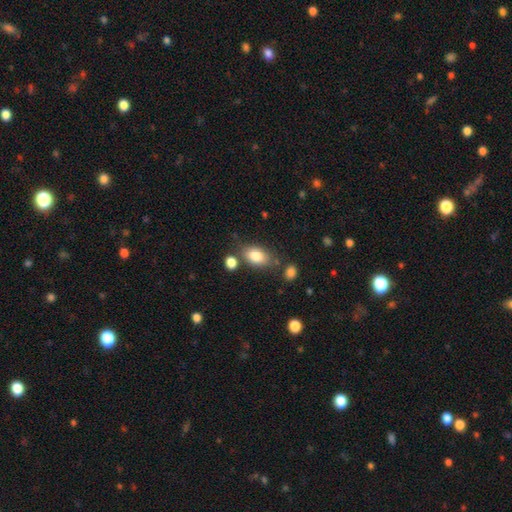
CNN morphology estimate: Smooth or featured? smooth (82%)
How rounded? in between (87%)
Merging? none (68%)